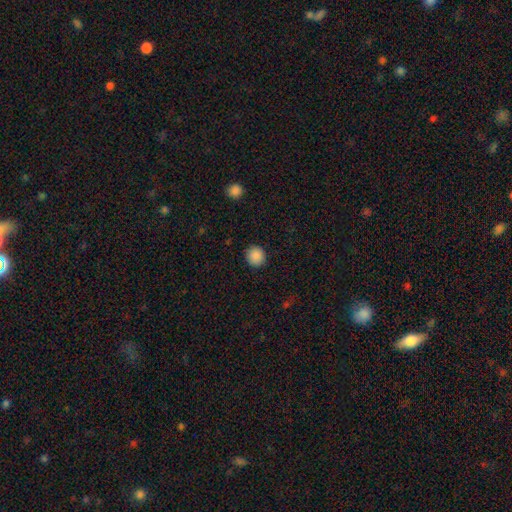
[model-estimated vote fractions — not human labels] smooth_or_featured: smooth (p=0.89) [alt: star or artifact p=0.09]
how_rounded: round (p=0.89) [alt: in between p=0.11]
merging: none (p=0.91) [alt: minor disturbance p=0.06]